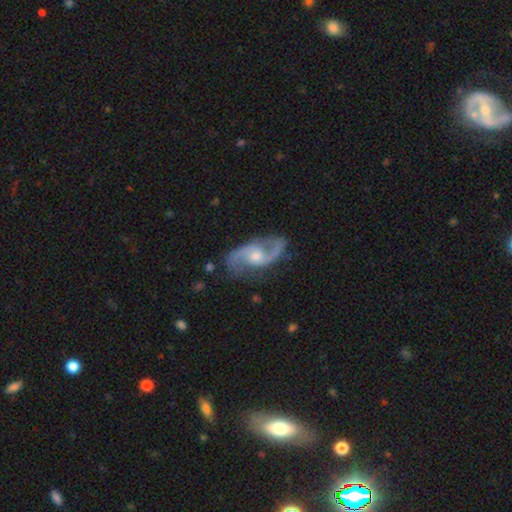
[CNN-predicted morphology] smooth-or-featured: featured or disk: 90% | smooth: 5% | star or artifact: 5%
  disk-edge-on: no: 97% | yes: 3%
    bar: no: 56% | weak: 37% | strong: 7%
    has-spiral-arms: yes: 97% | no: 3%
      spiral-winding: medium: 48% | loose: 41% | tight: 11%
      spiral-arm-count: 2: 93% | can't tell: 2% | 3: 2% | 1: 1% | 4: 1% | more than 4: 1%
    bulge-size: moderate: 55% | small: 37% | large: 4% | none: 3% | dominant: 1%
  merging: none: 77% | minor disturbance: 16% | major disturbance: 6% | merger: 2%